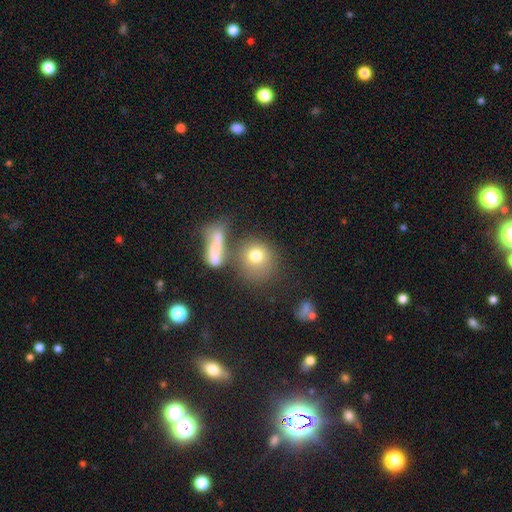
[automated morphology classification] type=smooth (75%); roundness=round (80%); merging=none (52%).